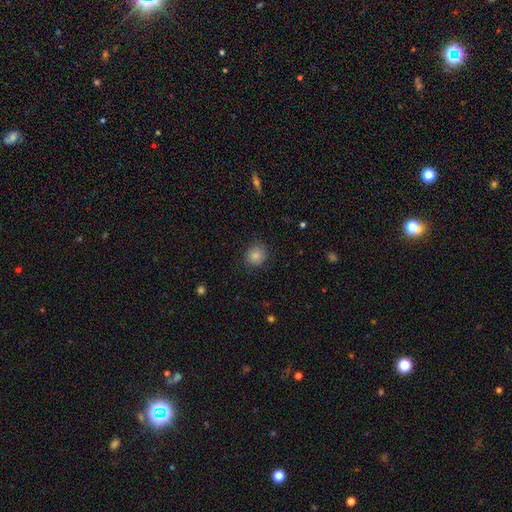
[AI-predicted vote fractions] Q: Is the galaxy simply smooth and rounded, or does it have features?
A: smooth — 82%.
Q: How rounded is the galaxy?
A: round — 84%.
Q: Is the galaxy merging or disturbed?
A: none — 82%.